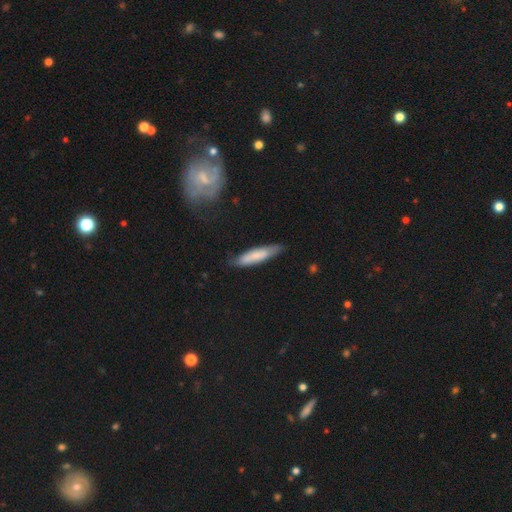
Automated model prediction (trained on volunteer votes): Smooth or featured? smooth (68%)
How rounded? cigar-shaped (81%)
Merging? none (74%)